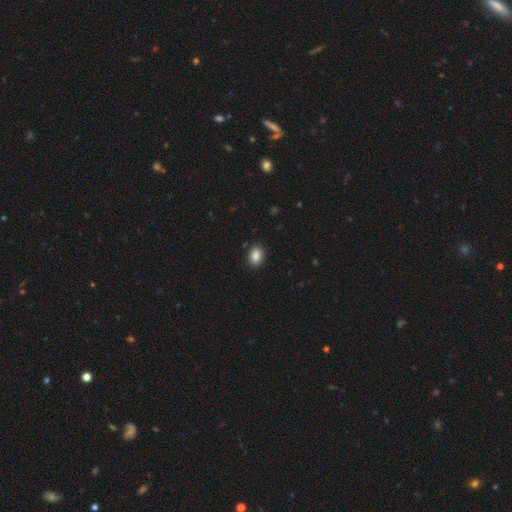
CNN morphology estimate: type=smooth (87%); roundness=in between (72%); merging=none (89%).